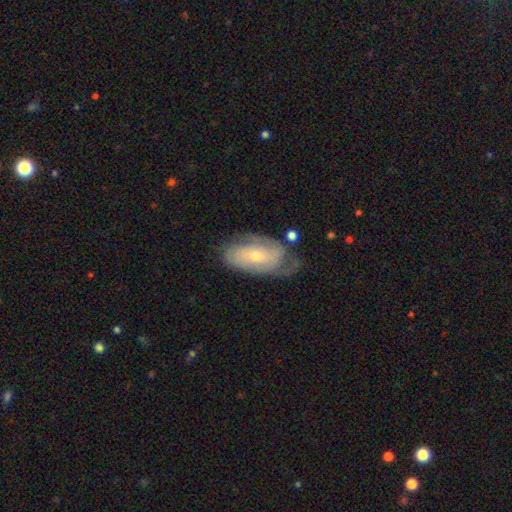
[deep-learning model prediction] Smooth or featured?
  - featured or disk: 70% *
  - smooth: 24%
  - star or artifact: 6%
Edge-on disk?
  - no: 94% *
  - yes: 6%
Bar?
  - no: 54% *
  - weak: 34%
  - strong: 12%
Spiral arms?
  - yes: 86% *
  - no: 14%
Spiral winding?
  - tight: 50% *
  - medium: 36%
  - loose: 14%
Spiral arm count?
  - 2: 48% *
  - can't tell: 31%
  - 3: 10%
  - 1: 7%
  - 4: 3%
  - more than 4: 2%
Bulge size?
  - small: 59% *
  - moderate: 37%
  - large: 2%
  - none: 1%
  - dominant: 1%
Merging?
  - none: 53% *
  - minor disturbance: 28%
  - major disturbance: 16%
  - merger: 4%